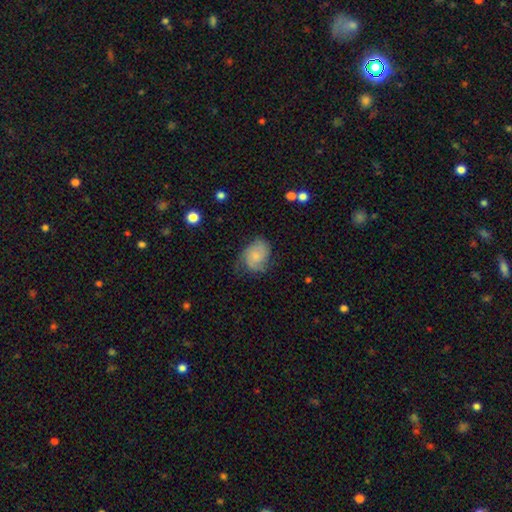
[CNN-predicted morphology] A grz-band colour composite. It shows a featured or disk galaxy (51%). Merging: none (52%).